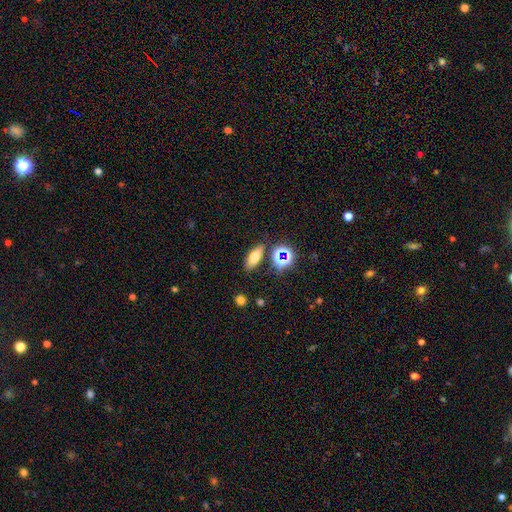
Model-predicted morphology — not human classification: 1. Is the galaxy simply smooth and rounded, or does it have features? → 65% smooth, 19% featured or disk, 17% star or artifact.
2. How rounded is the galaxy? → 68% in between, 23% cigar-shaped, 10% round.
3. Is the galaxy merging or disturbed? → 80% none, 11% minor disturbance, 6% merger, 3% major disturbance.